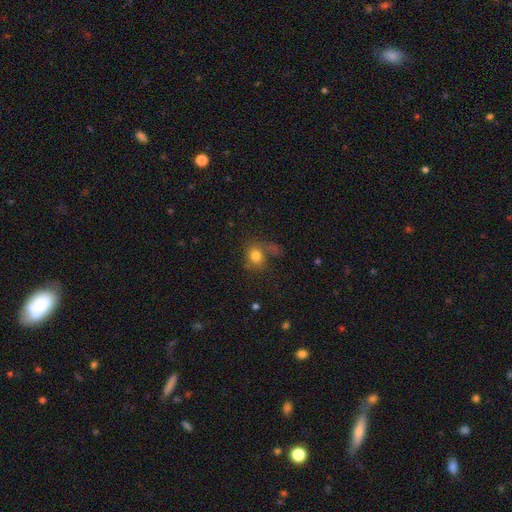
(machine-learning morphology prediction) Q: Smooth or featured?
A: smooth (74%); runner-up: featured or disk (13%)
Q: How rounded?
A: round (67%); runner-up: in between (31%)
Q: Merging?
A: none (49%); runner-up: major disturbance (22%)